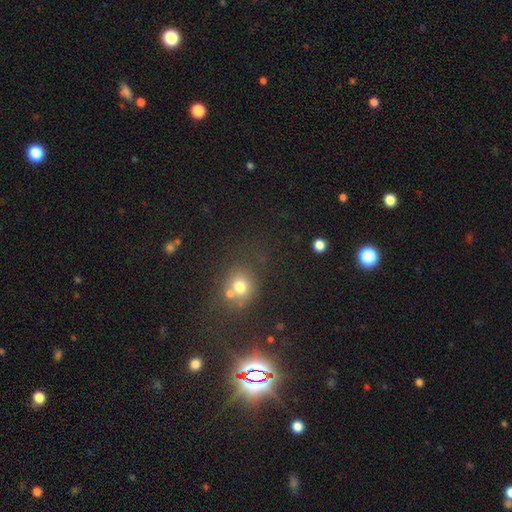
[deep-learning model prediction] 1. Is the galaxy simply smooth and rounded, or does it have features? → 47% star or artifact, 45% smooth, 8% featured or disk.